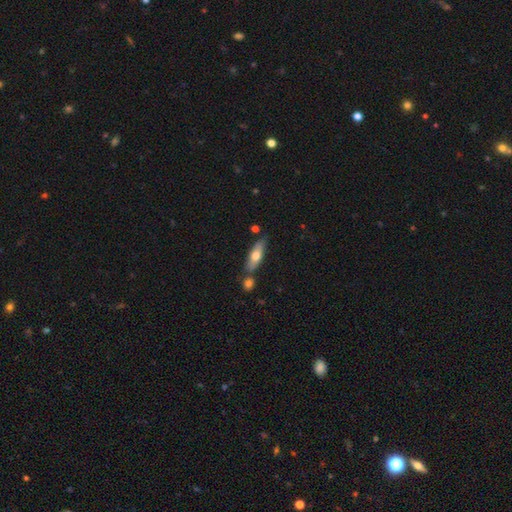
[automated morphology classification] A smooth galaxy with no disk features (59%) that is cigar-shaped (52%). Merging: none (70%).